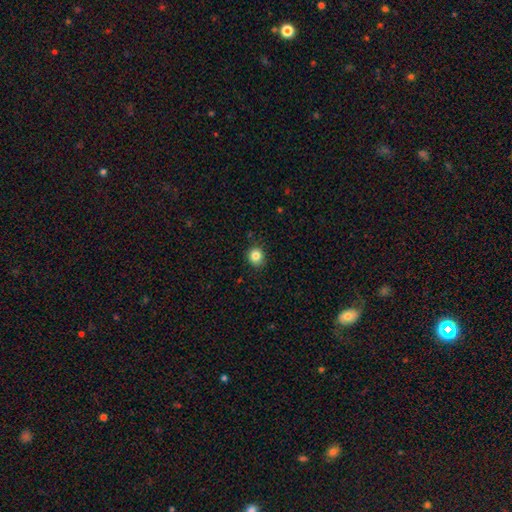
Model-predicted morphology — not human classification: type=smooth (84%); roundness=round (82%); merging=none (88%).